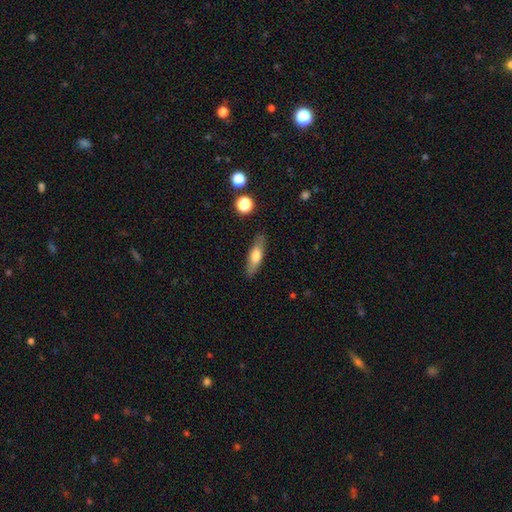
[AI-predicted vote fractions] smooth 63%, featured or disk 30%, star or artifact 7%. Down the decision tree: how rounded — cigar-shaped (57%); merging — none (85%).